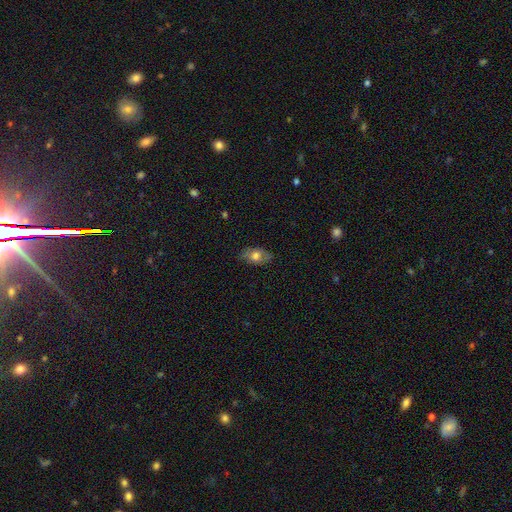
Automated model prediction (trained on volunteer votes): smooth 67%, featured or disk 25%, star or artifact 8%. Down the decision tree: how rounded — in between (88%); merging — none (77%).